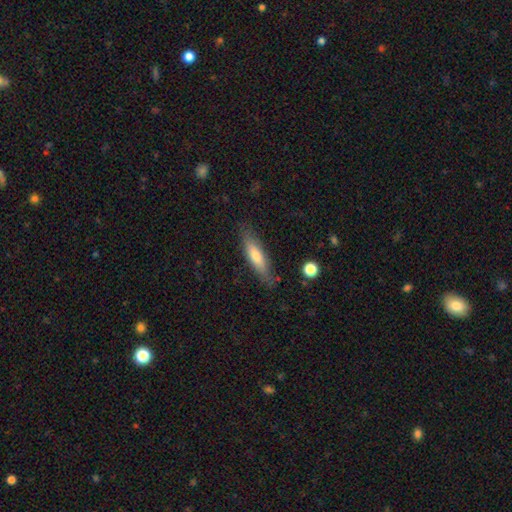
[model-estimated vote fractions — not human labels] smooth_or_featured: smooth (p=0.64) [alt: featured or disk p=0.30]
how_rounded: cigar-shaped (p=0.73) [alt: in between p=0.25]
merging: none (p=0.82) [alt: minor disturbance p=0.13]